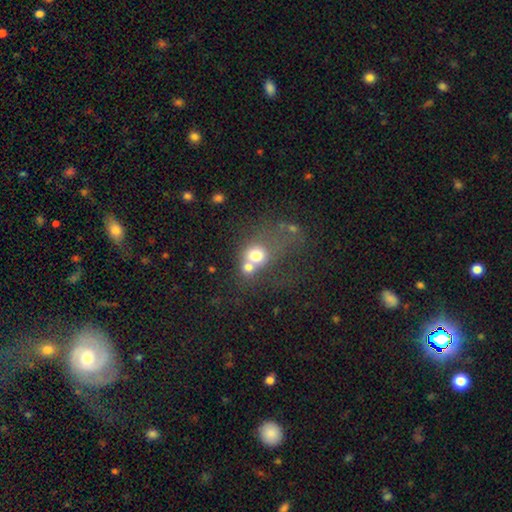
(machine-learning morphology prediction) Overall: smooth (66%). How rounded: round (67%; in between 32%). Merging: merger (59%; none 23%).